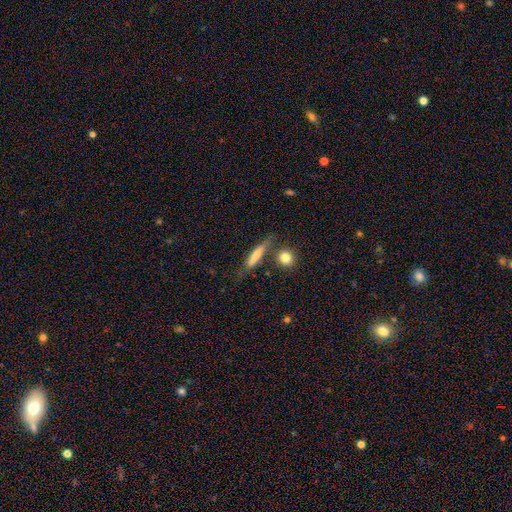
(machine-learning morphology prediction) Smooth or featured? Predicted: smooth (p=0.65). How rounded? Predicted: cigar-shaped (p=0.79). Merging? Predicted: none (p=0.67).